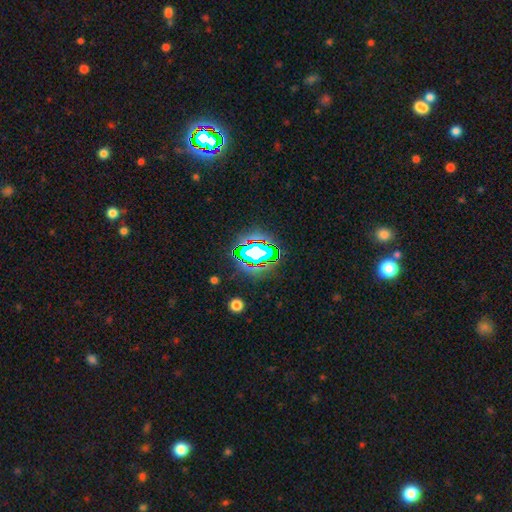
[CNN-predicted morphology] smooth_or_featured: star or artifact (p=0.73) [alt: smooth p=0.16]